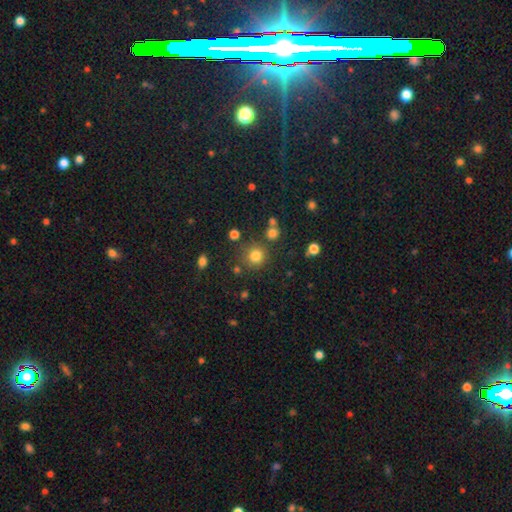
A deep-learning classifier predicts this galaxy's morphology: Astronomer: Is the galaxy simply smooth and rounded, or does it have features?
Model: smooth — 79%.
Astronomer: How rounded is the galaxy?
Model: round — 92%.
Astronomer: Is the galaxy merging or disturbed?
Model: none — 80%.